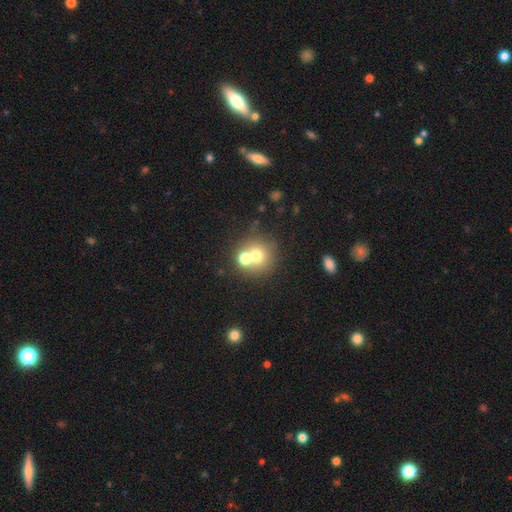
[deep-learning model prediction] Overall: smooth (68%). How rounded: round (88%). Merging: none (49%; merger 40%).